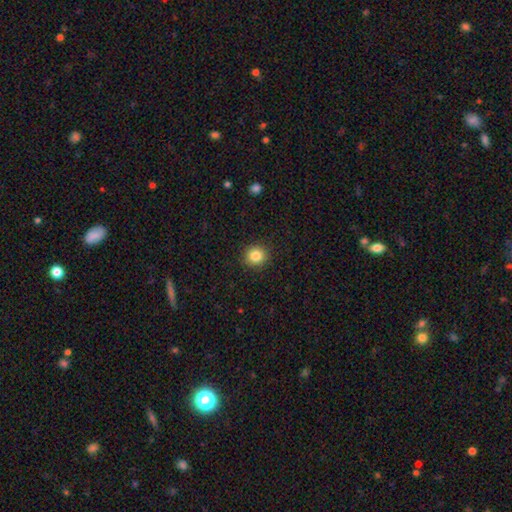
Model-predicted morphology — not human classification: type=smooth (84%); roundness=round (88%); merging=none (91%).